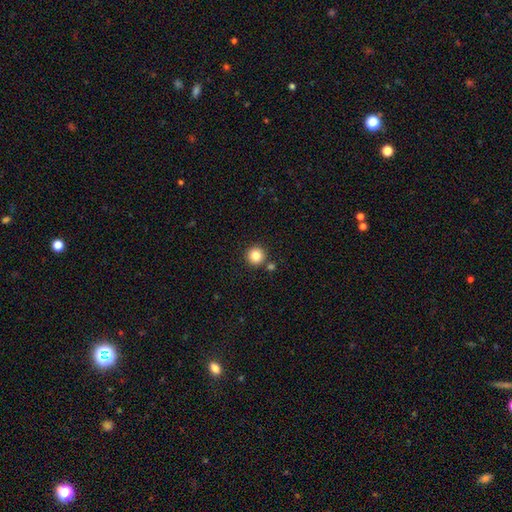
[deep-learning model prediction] Smooth or featured? Predicted: smooth (p=0.84). How rounded? Predicted: round (p=0.95). Merging? Predicted: none (p=0.86).